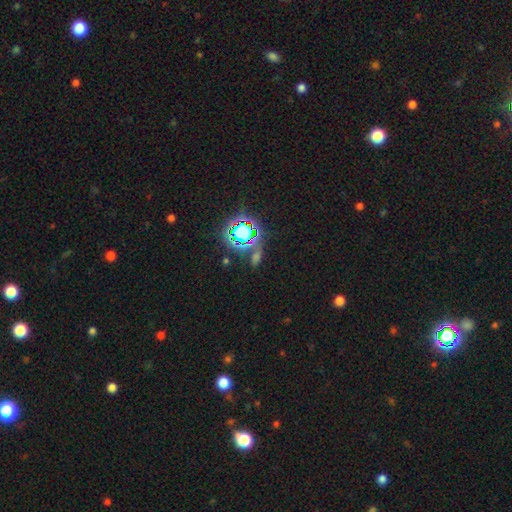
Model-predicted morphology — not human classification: Smooth or featured: star or artifact — 67% (smooth — 23%)